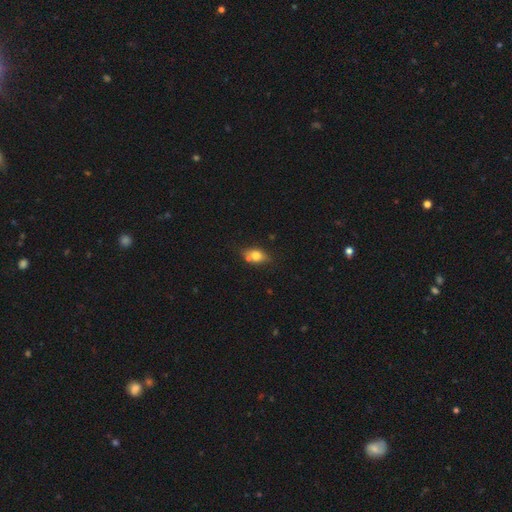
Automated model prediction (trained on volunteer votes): Overall: smooth (71%). How rounded: in between (78%). Merging: none (61%).